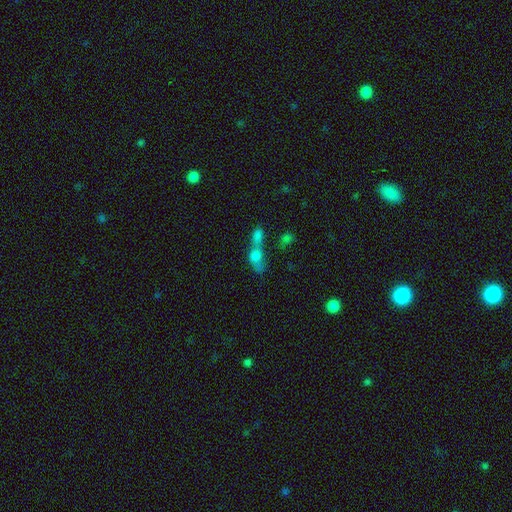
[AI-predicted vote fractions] Smooth or featured?
  - smooth: 68% *
  - featured or disk: 20%
  - star or artifact: 12%
How rounded?
  - in between: 63% *
  - round: 28%
  - cigar-shaped: 10%
Merging?
  - merger: 73% *
  - none: 14%
  - major disturbance: 8%
  - minor disturbance: 6%